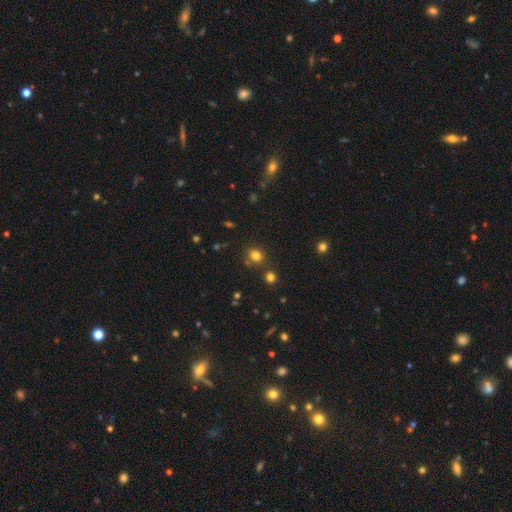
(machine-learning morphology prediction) Smooth or featured: smooth — 78% (star or artifact — 16%)
How rounded: round — 66% (in between — 33%)
Merging: none — 74% (merger — 12%)